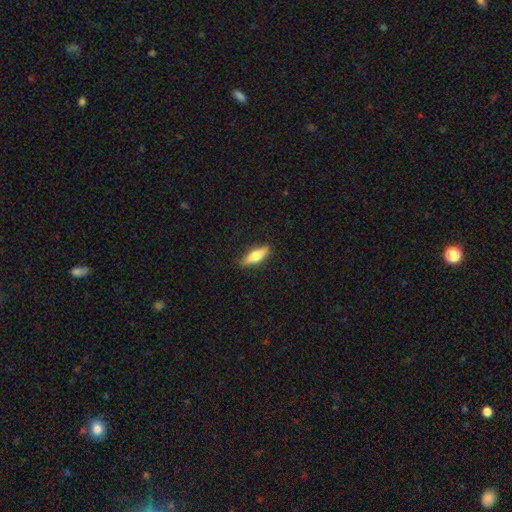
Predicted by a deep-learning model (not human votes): The model was most divided on "how rounded": cigar-shaped: 52%, in between: 46%, round: 2%. More confident: merging — none (83%); smooth or featured — smooth (61%).